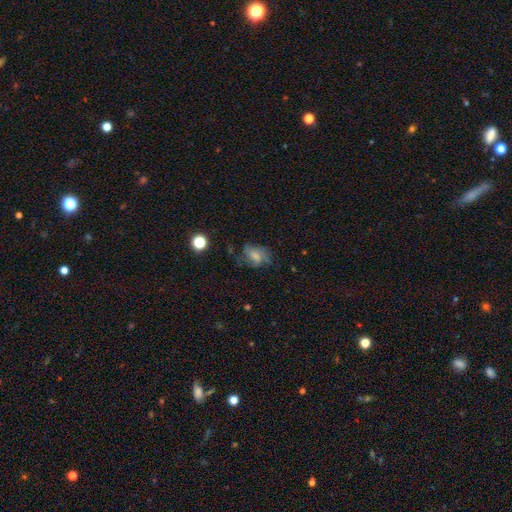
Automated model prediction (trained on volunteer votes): A smooth galaxy with no disk features (51%) that is in between round and cigar-shaped (73%). Merging: none (48%).